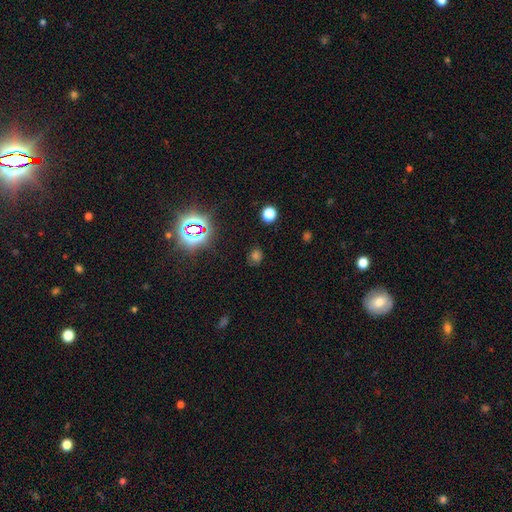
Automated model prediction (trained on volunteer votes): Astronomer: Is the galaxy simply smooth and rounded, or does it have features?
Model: star or artifact — 49% (runner-up: smooth, 44%).